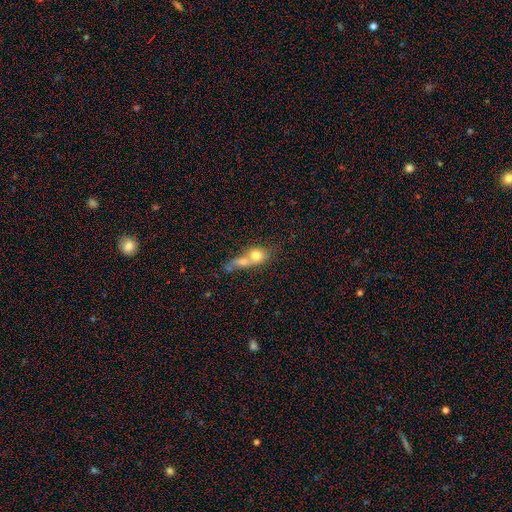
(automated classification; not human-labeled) Smooth or featured: smooth — 70% (featured or disk — 21%)
How rounded: round — 50% (in between — 42%)
Merging: merger — 70% (none — 18%)